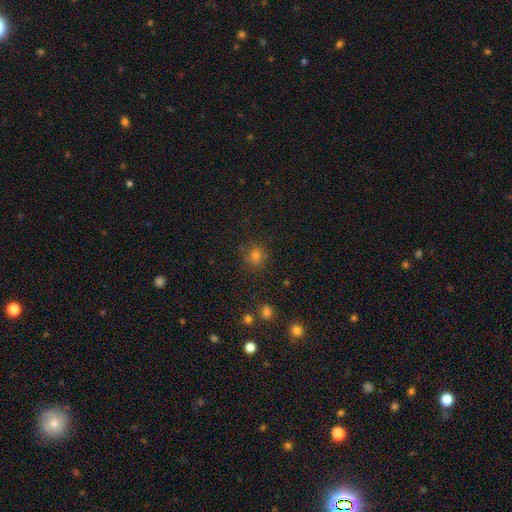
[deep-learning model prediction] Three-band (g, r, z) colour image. It shows a smooth galaxy with no disk features (66%) that is round (87%). Merging: none (82%).